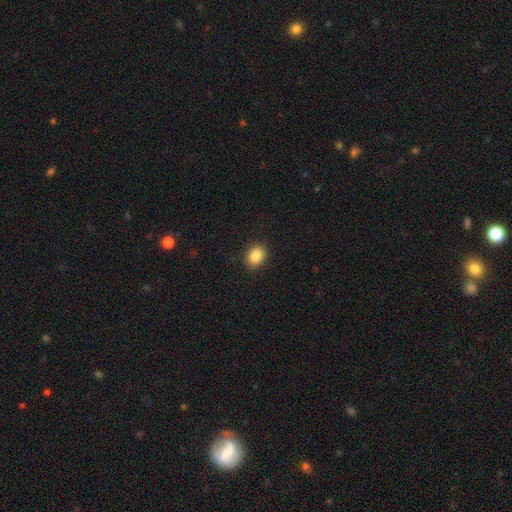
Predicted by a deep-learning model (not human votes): This is clearly a smooth galaxy (86%). How rounded: possibly round (52%). Merging: clearly none (90%).